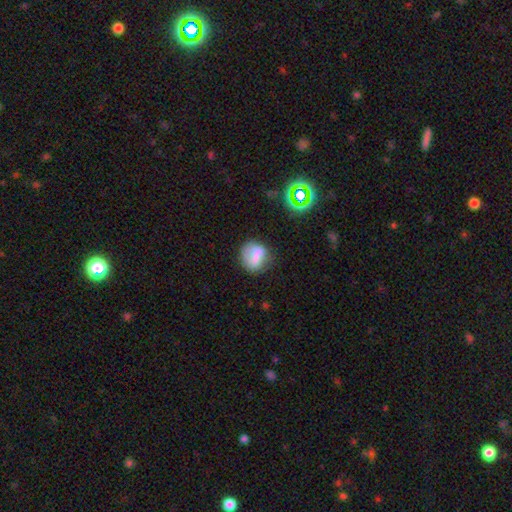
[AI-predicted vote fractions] smooth 67%, featured or disk 23%, star or artifact 11%. Down the decision tree: how rounded — round (61%); merging — none (57%).